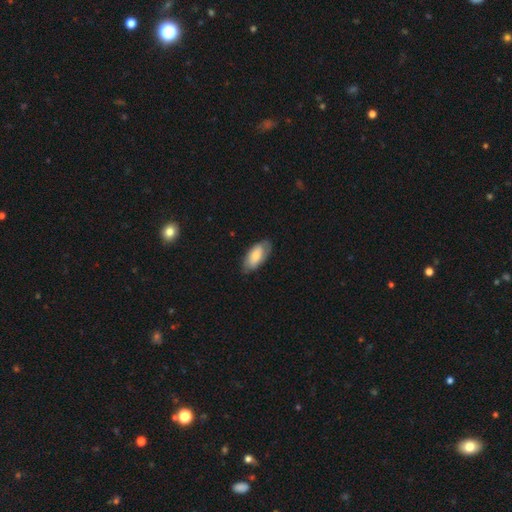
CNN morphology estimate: The model was most divided on "smooth or featured": smooth: 68%, featured or disk: 26%, star or artifact: 6%. More confident: how rounded — in between (91%); merging — none (75%).